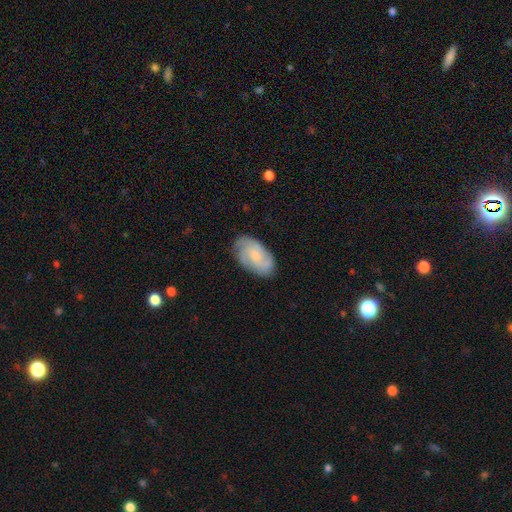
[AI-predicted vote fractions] featured or disk 62%, smooth 31%, star or artifact 7%. Down the decision tree: edge-on disk — no (96%); bar — no (72%); spiral arms — yes (92%); spiral arm count — 3 (32%); spiral winding — tight (48%); bulge size — small (57%); merging — none (76%).